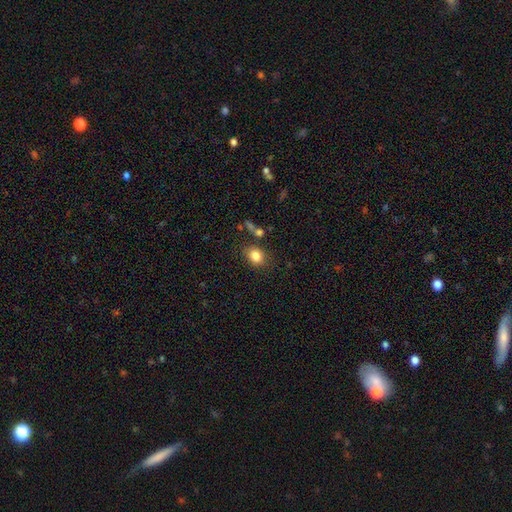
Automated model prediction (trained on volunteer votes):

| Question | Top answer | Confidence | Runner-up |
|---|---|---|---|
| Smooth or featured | smooth | 83% | star or artifact (10%) |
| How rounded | in between | 52% | round (47%) |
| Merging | none | 76% | minor disturbance (13%) |